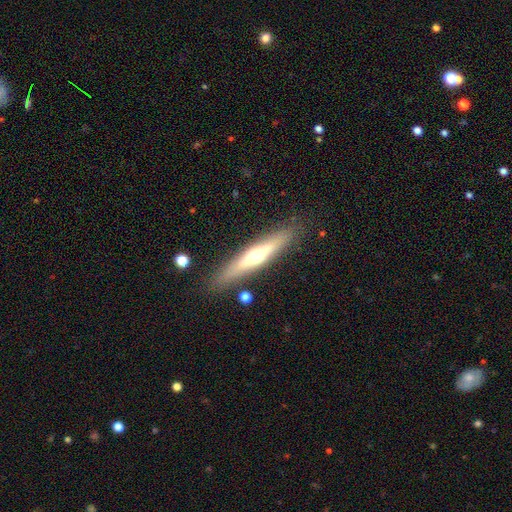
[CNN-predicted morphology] type=featured or disk (55%); edge-on=yes (90%); merging=none (86%).